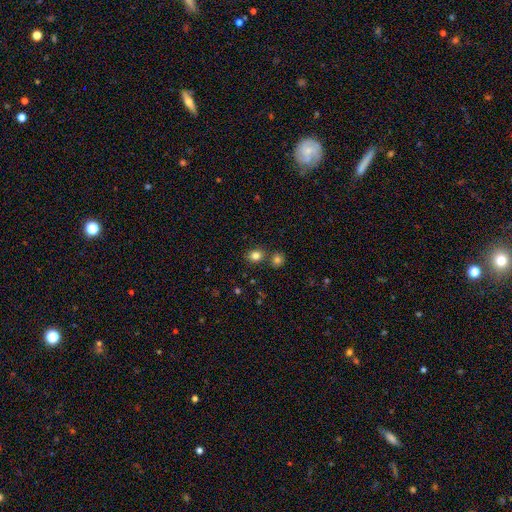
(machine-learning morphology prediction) Q: Smooth or featured?
A: smooth (82%); runner-up: star or artifact (12%)
Q: How rounded?
A: round (69%); runner-up: in between (30%)
Q: Merging?
A: none (74%); runner-up: merger (15%)